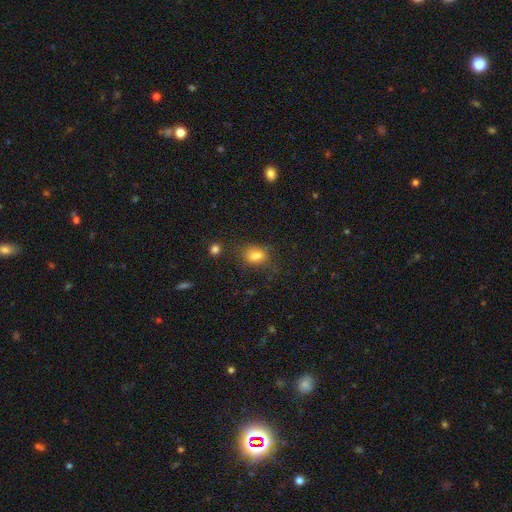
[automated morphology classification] Q: Smooth or featured?
A: smooth (75%); runner-up: star or artifact (14%)
Q: How rounded?
A: in between (73%); runner-up: round (24%)
Q: Merging?
A: none (59%); runner-up: minor disturbance (22%)